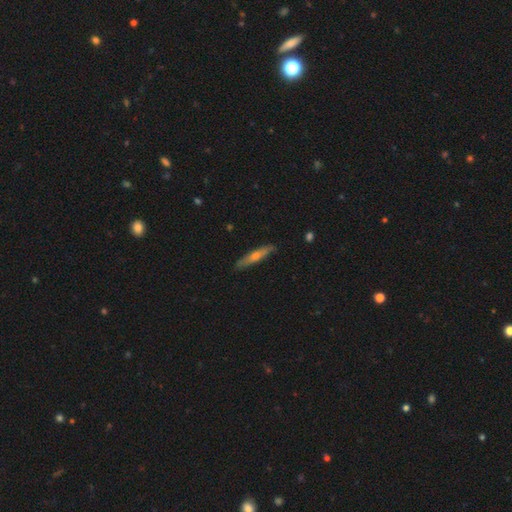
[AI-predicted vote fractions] This is possibly a featured or disk galaxy (51%). It is clearly viewed edge-on (90%). Merging: clearly none (87%).